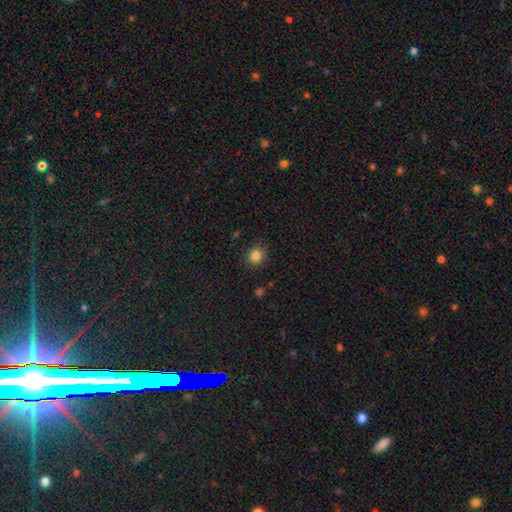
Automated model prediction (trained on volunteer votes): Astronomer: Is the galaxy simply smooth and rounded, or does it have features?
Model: smooth — 83%.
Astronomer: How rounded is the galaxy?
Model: round — 80%.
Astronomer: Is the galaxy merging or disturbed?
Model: none — 86%.